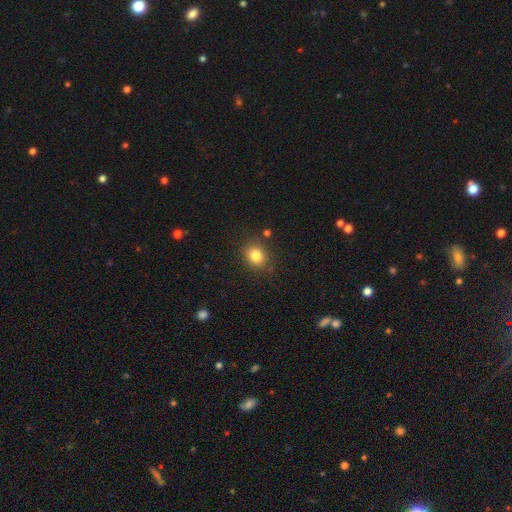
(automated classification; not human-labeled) This appears to be a smooth galaxy with no disk features (81%) that is round (64%). Merging: none (81%).